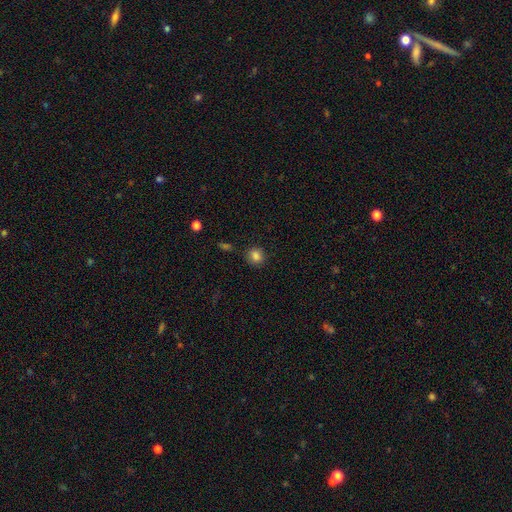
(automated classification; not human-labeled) Q: Smooth or featured?
A: smooth (84%); runner-up: star or artifact (12%)
Q: How rounded?
A: round (84%); runner-up: in between (15%)
Q: Merging?
A: none (85%); runner-up: minor disturbance (9%)